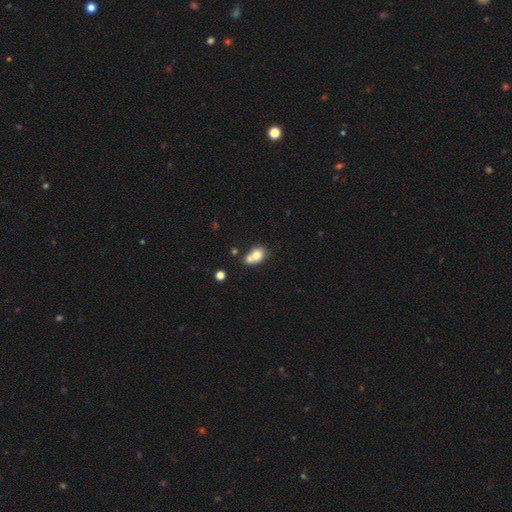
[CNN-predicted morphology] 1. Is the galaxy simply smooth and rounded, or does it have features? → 75% smooth, 16% featured or disk, 10% star or artifact.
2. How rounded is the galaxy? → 61% in between, 38% round, 1% cigar-shaped.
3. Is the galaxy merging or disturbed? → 49% merger, 33% none, 13% minor disturbance, 5% major disturbance.